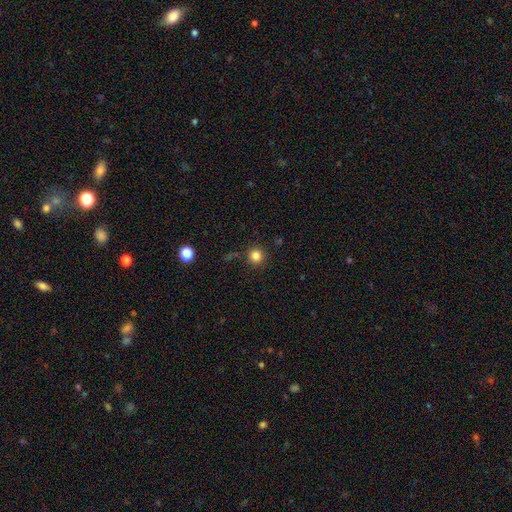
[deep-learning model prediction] The model was most divided on "smooth or featured": smooth: 83%, star or artifact: 12%, featured or disk: 5%. More confident: how rounded — round (94%); merging — none (88%).